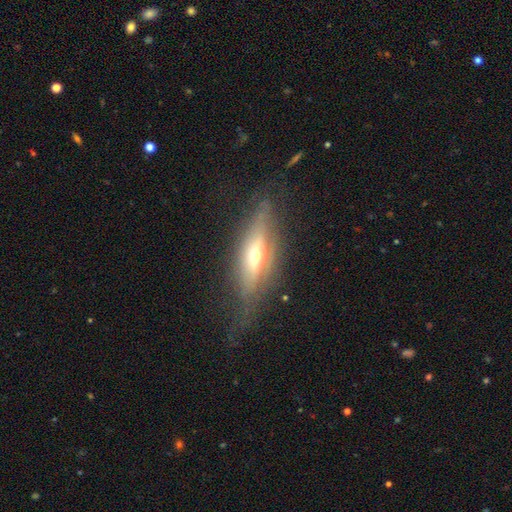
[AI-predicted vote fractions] Smooth or featured?
  - featured or disk: 67% *
  - smooth: 26%
  - star or artifact: 7%
Edge-on disk?
  - yes: 82% *
  - no: 18%
Edge-on bulge?
  - rounded: 88% *
  - none: 7%
  - boxy: 6%
Merging?
  - none: 65% *
  - minor disturbance: 22%
  - major disturbance: 12%
  - merger: 2%